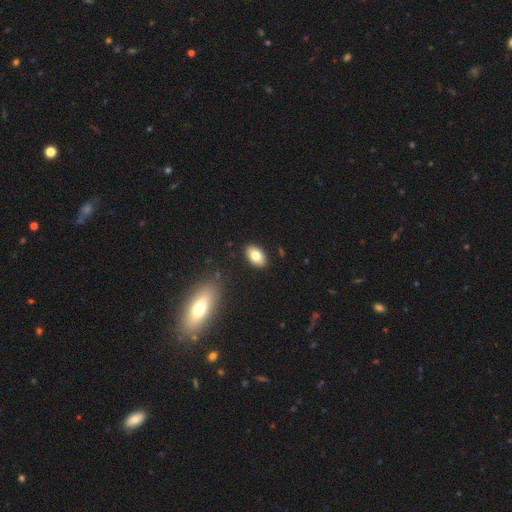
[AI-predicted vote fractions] smooth 80%, featured or disk 12%, star or artifact 8%. Down the decision tree: how rounded — in between (92%); merging — none (88%).